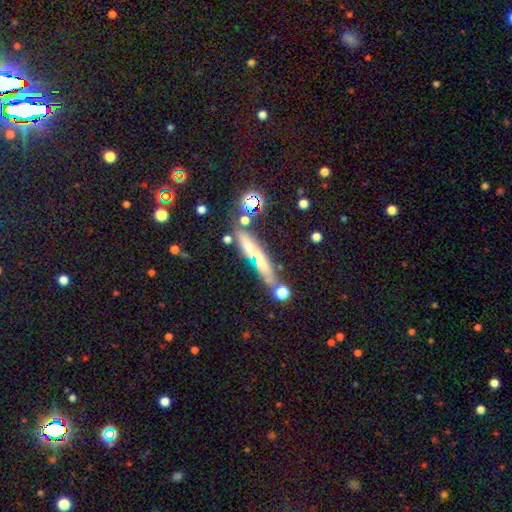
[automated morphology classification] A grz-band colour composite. It shows a smooth galaxy with no disk features (44%). Merging: none (66%).